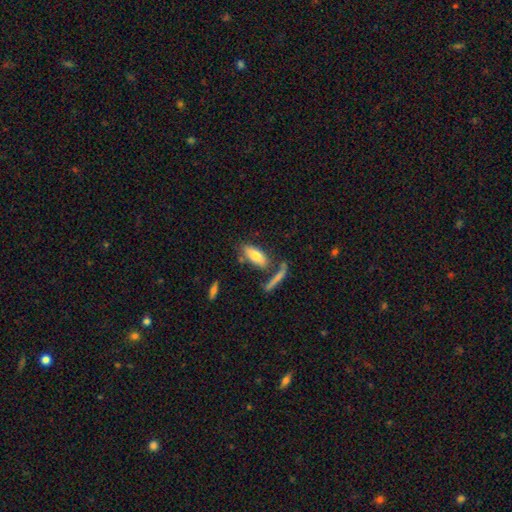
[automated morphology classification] Smooth or featured? smooth (72%)
How rounded? in between (69%)
Merging? none (62%)